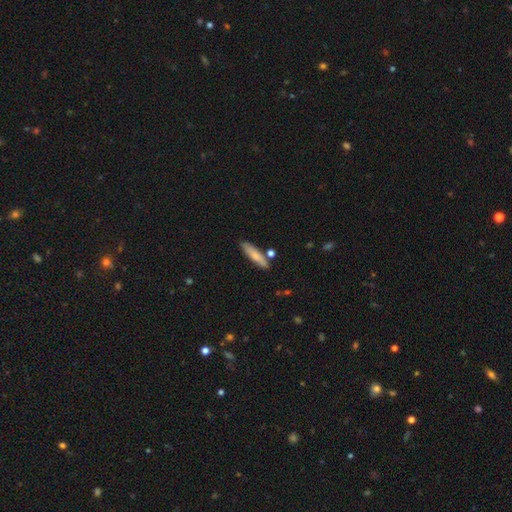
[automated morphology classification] A smooth galaxy with no disk features (76%) that is cigar-shaped (78%). Merging: none (80%).